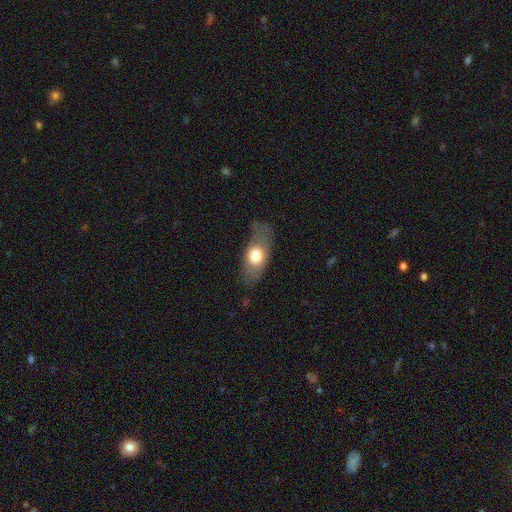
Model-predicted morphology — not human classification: Overall: smooth (64%; featured or disk 29%). How rounded: in between (82%). Merging: none (69%).